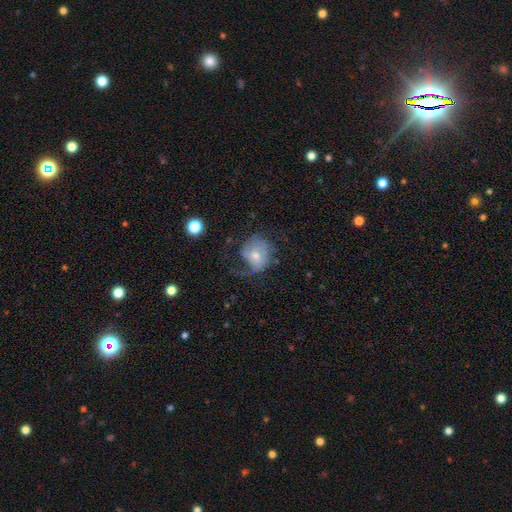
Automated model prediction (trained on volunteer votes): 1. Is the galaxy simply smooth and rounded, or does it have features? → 60% featured or disk, 31% smooth, 9% star or artifact.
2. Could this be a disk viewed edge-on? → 97% no, 3% yes.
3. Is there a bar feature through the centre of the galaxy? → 71% no, 24% weak, 5% strong.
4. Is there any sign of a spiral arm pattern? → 78% yes, 22% no.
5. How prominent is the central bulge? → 52% moderate, 42% small, 3% large, 2% none, 1% dominant.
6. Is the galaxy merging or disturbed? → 42% none, 33% major disturbance, 23% minor disturbance, 2% merger.